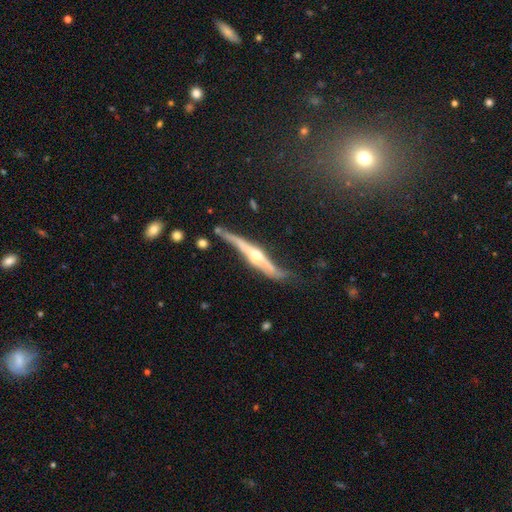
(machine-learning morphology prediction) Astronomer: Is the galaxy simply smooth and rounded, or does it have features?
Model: featured or disk — 81%.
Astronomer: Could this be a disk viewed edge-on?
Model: yes — 87%.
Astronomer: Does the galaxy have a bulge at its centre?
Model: rounded — 89%.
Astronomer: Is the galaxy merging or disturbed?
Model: none — 52% (runner-up: minor disturbance, 30%).